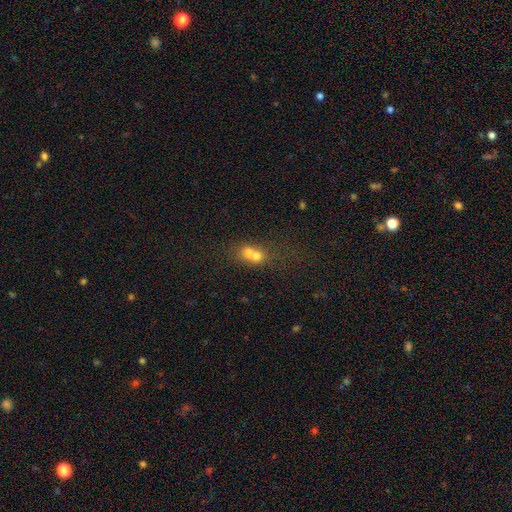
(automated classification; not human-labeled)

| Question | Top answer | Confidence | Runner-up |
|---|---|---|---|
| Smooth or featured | smooth | 65% | featured or disk (23%) |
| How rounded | round | 66% | in between (32%) |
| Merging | merger | 70% | none (21%) |